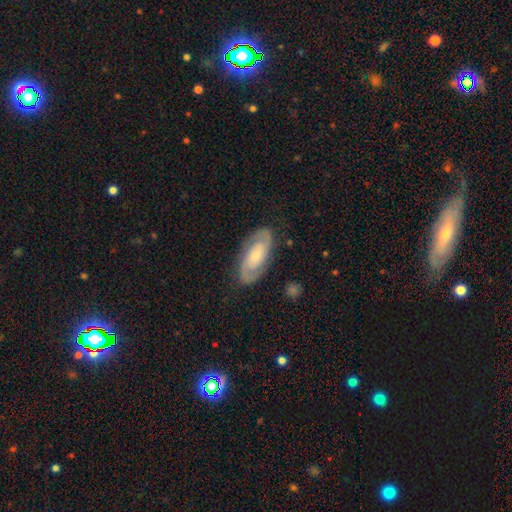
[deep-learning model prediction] smooth_or_featured: featured or disk (p=0.80) [alt: smooth p=0.15]
disk_edge_on: no (p=0.95) [alt: yes p=0.05]
bar: no (p=0.54) [alt: weak p=0.34]
has_spiral_arms: yes (p=0.95) [alt: no p=0.05]
spiral_winding: tight (p=0.48) [alt: medium p=0.41]
spiral_arm_count: 2 (p=0.90) [alt: can't tell p=0.06]
bulge_size: small (p=0.45) [alt: moderate p=0.36]
merging: none (p=0.85) [alt: minor disturbance p=0.11]